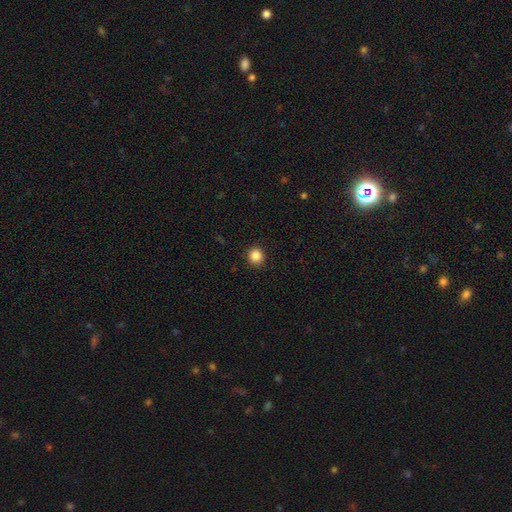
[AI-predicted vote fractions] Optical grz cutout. It shows a smooth galaxy with no disk features (86%) that is round (93%). Merging: none (92%).